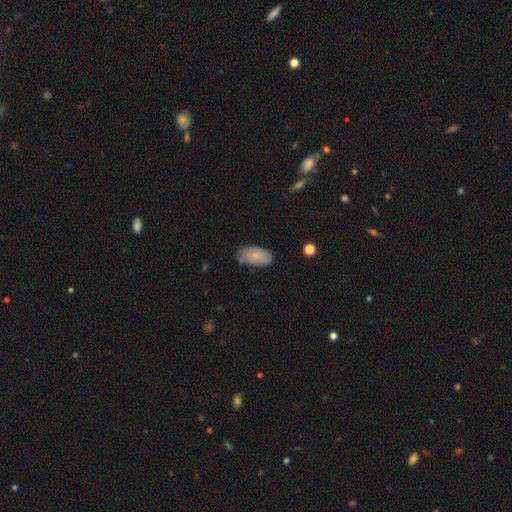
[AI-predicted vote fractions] A smooth galaxy with no disk features (76%) that is in between round and cigar-shaped (93%). Merging: none (71%).